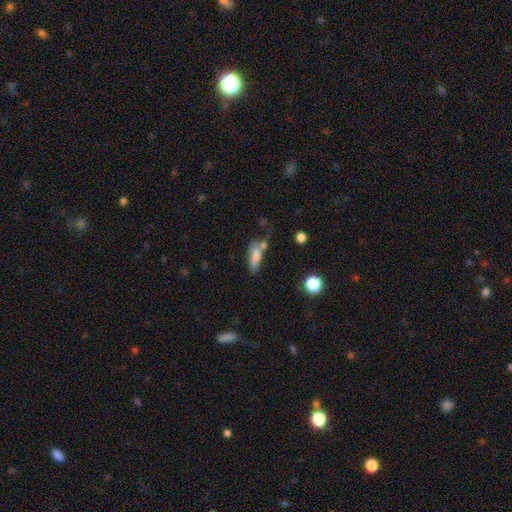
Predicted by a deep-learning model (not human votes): This is likely a smooth galaxy (71%). How rounded: likely in between (61%). Merging: marginally none (38%).